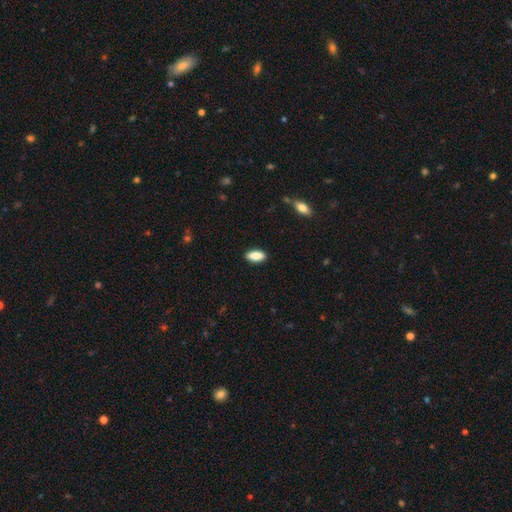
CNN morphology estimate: Smooth or featured? Predicted: smooth (p=0.86). How rounded? Predicted: in between (p=0.81). Merging? Predicted: none (p=0.88).